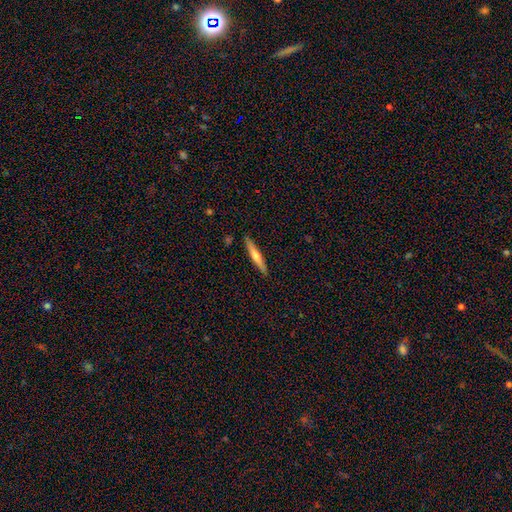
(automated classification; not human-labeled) Smooth or featured: featured or disk — 52% (smooth — 42%)
Edge-on disk: yes — 96% (no — 4%)
Edge-on bulge: rounded — 78% (none — 17%)
Merging: none — 91% (minor disturbance — 7%)